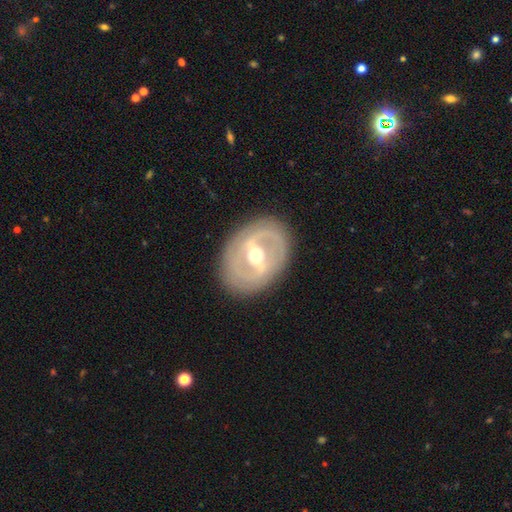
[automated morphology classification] Smooth or featured? featured or disk (82%)
Edge-on disk? no (93%)
Bar? strong (59%)
Spiral arms? yes (59%)
Bulge size? moderate (75%)
Merging? none (84%)